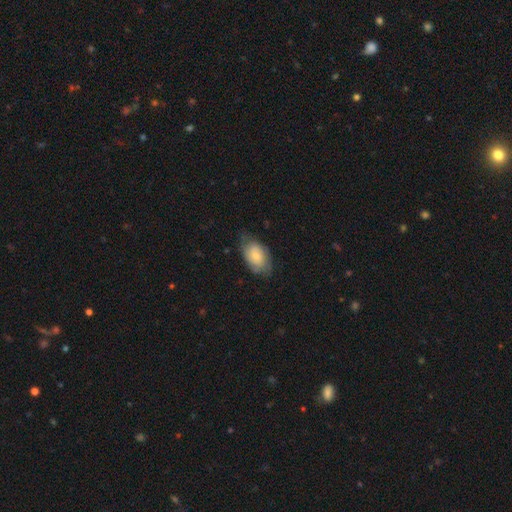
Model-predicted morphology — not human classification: This is likely a smooth galaxy (70%). How rounded: clearly in between (92%). Merging: likely none (63%).